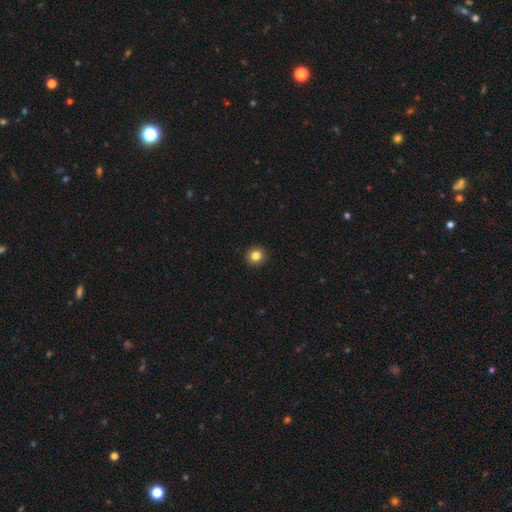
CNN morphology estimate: A smooth galaxy with no disk features (83%) that is round (92%).

Vote fractions:
- Smooth or featured? smooth: 83% / star or artifact: 11% / featured or disk: 6%
- How rounded? round: 92% / in between: 7% / cigar-shaped: 1%
- Merging? none: 93% / minor disturbance: 5% / major disturbance: 1% / merger: 1%